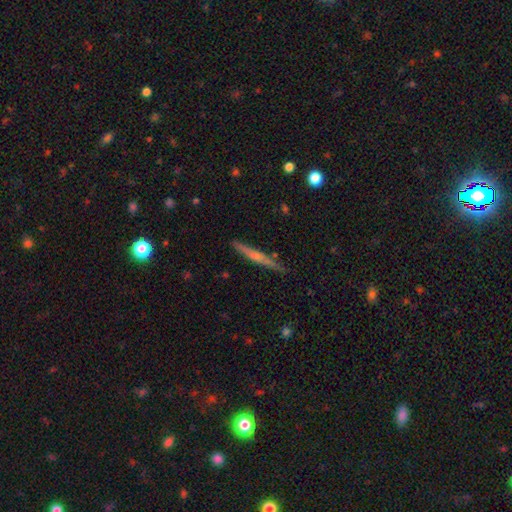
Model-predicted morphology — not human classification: Q: Smooth or featured?
A: featured or disk (54%); runner-up: smooth (40%)
Q: Edge-on disk?
A: yes (97%); runner-up: no (3%)
Q: Edge-on bulge?
A: rounded (48%); runner-up: none (43%)
Q: Merging?
A: none (87%); runner-up: minor disturbance (9%)